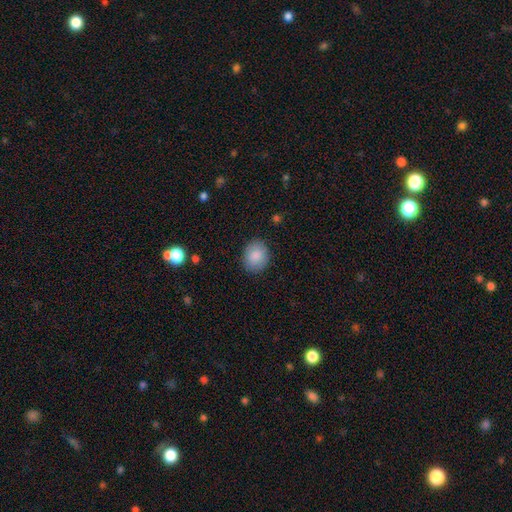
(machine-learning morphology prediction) A smooth galaxy with no disk features (87%) that is round (61%).

Vote fractions:
- Smooth or featured? smooth: 87% / star or artifact: 7% / featured or disk: 6%
- How rounded? round: 61% / in between: 38% / cigar-shaped: 1%
- Merging? none: 86% / minor disturbance: 10% / major disturbance: 3% / merger: 1%